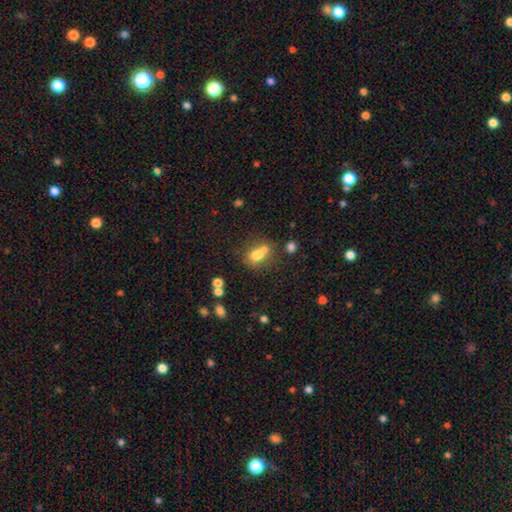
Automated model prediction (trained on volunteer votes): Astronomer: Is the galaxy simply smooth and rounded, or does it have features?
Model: smooth — 70%.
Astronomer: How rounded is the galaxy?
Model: in between — 64%.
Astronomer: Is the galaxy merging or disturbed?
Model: merger — 45% (runner-up: none, 36%).